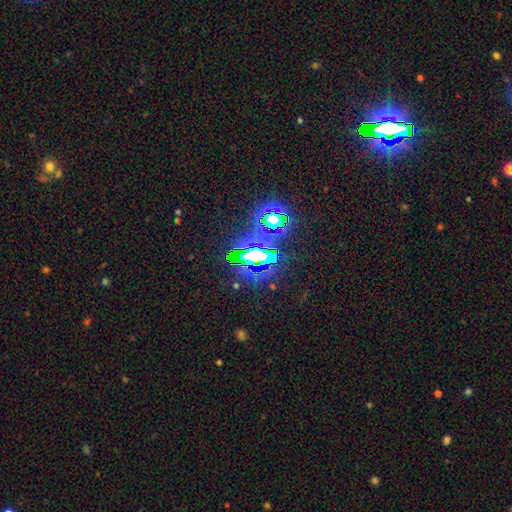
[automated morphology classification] This is likely a star or artifact rather than a galaxy (73%).